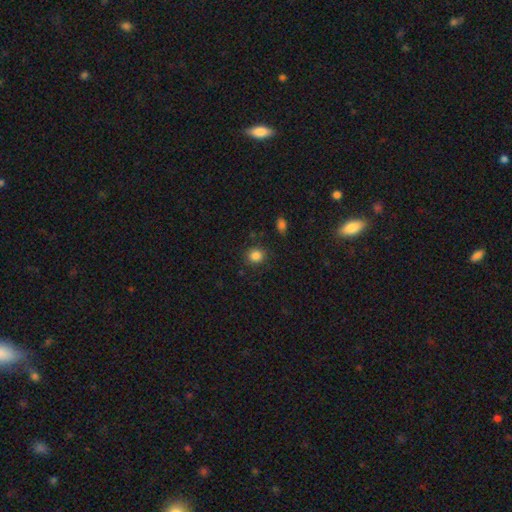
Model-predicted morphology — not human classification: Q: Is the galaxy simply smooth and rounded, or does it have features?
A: smooth — 85%.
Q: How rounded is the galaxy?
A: round — 84%.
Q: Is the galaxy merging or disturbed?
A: none — 87%.